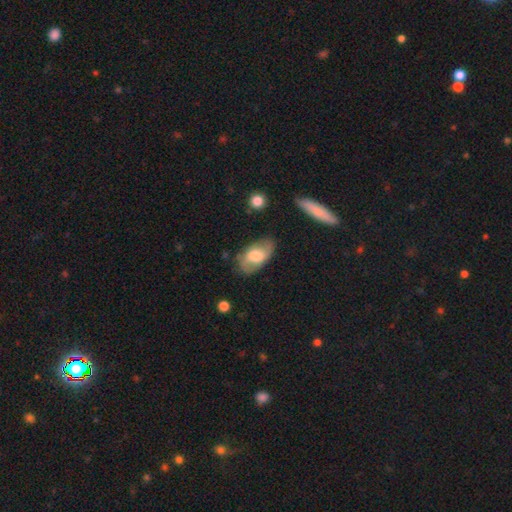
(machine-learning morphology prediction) smooth_or_featured: smooth (p=0.54) [alt: featured or disk p=0.39]
how_rounded: in between (p=0.91) [alt: round p=0.05]
merging: none (p=0.71) [alt: minor disturbance p=0.21]